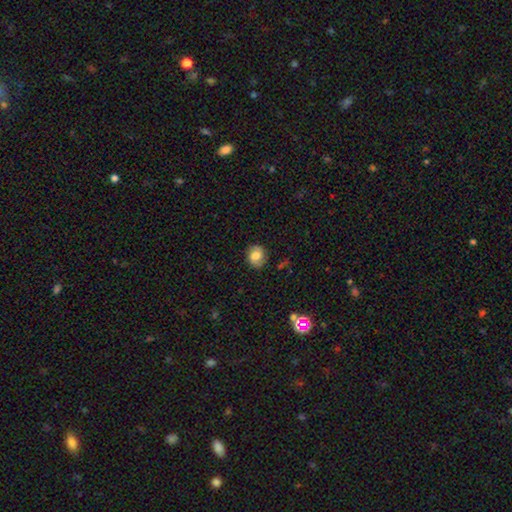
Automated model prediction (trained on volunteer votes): This is likely a smooth galaxy (65%). How rounded: likely round (75%). Merging: clearly none (84%).